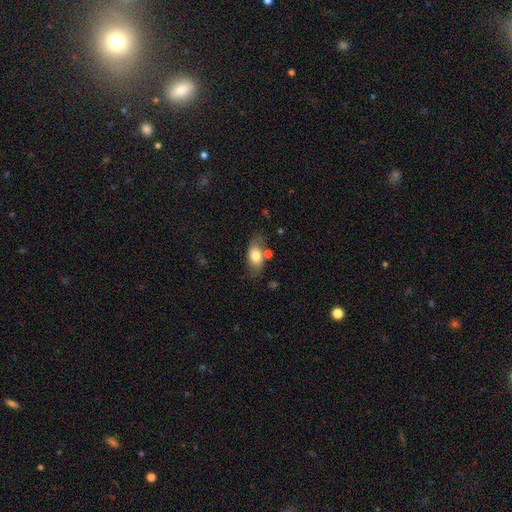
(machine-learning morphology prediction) Smooth or featured: smooth — 73% (featured or disk — 19%)
How rounded: in between — 88% (round — 8%)
Merging: none — 60% (minor disturbance — 21%)